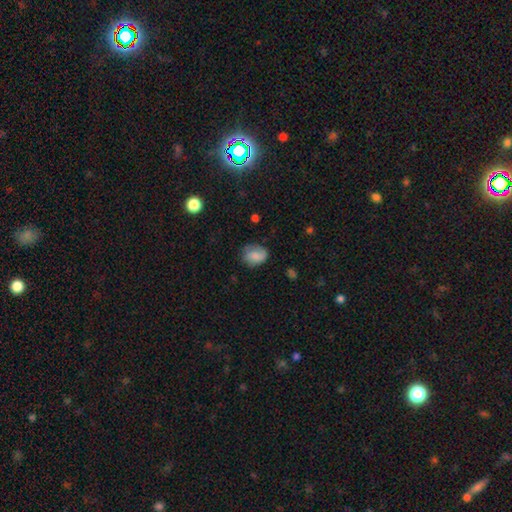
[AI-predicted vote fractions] This appears to be a smooth galaxy with no disk features (74%) that is in between round and cigar-shaped (57%). Merging: none (61%).